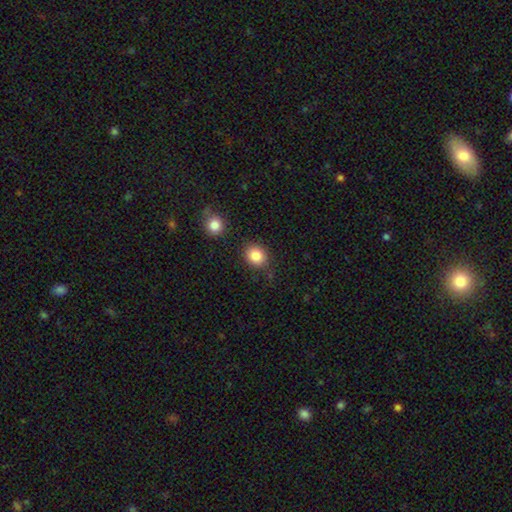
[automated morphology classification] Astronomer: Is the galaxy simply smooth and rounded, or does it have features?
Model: smooth — 85%.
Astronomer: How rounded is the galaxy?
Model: round — 68%.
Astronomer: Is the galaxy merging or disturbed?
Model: none — 81%.